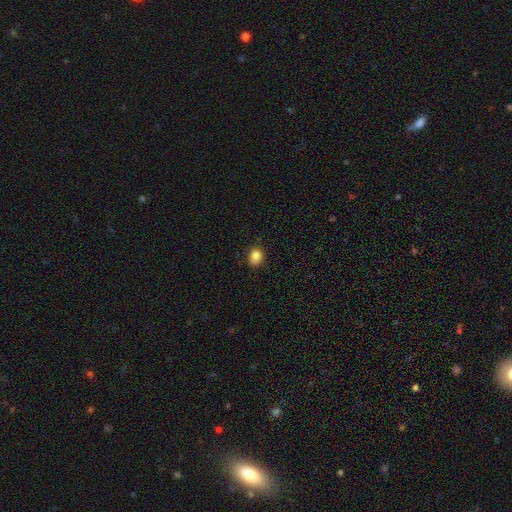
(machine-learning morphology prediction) This is clearly a smooth galaxy (84%). How rounded: possibly round (56%). Merging: likely none (77%).